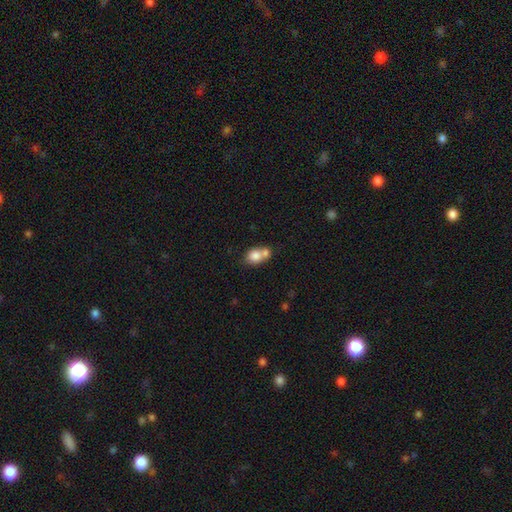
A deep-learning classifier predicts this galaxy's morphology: This is likely a smooth galaxy (78%). How rounded: possibly round (54%). Merging: possibly merger (58%).